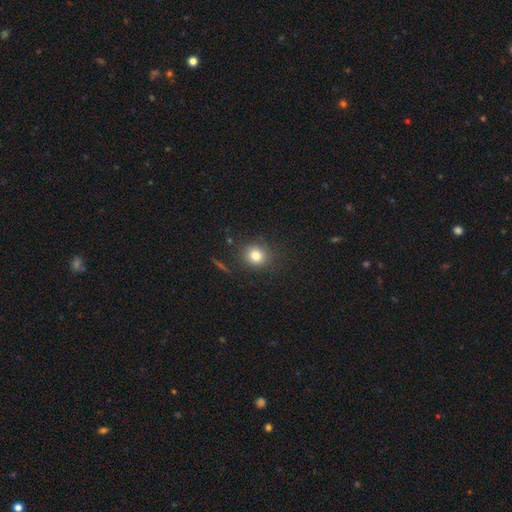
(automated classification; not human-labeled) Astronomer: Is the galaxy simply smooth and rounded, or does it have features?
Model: smooth — 80%.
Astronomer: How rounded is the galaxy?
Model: round — 86%.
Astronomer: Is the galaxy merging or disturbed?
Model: none — 86%.